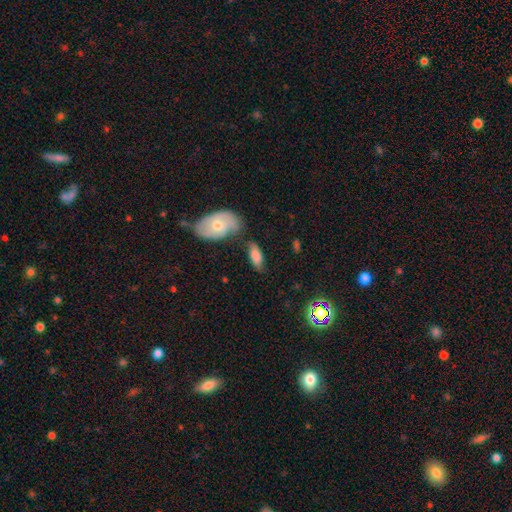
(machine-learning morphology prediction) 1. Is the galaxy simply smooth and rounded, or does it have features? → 71% smooth, 21% featured or disk, 8% star or artifact.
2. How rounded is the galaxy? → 85% in between, 11% cigar-shaped, 4% round.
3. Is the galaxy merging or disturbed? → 54% none, 23% minor disturbance, 15% merger, 9% major disturbance.